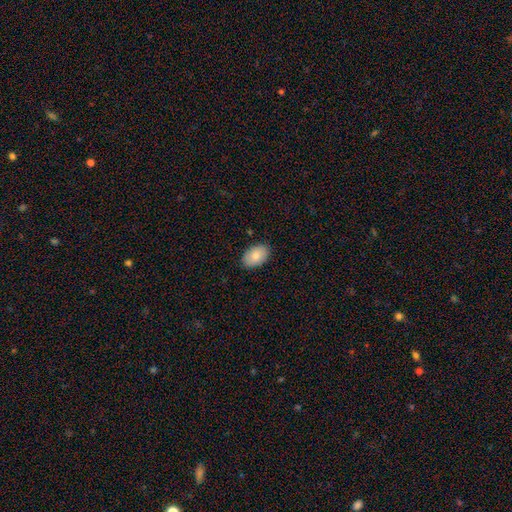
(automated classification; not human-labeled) A smooth galaxy with no disk features (83%) that is in between round and cigar-shaped (91%). Merging: none (87%).